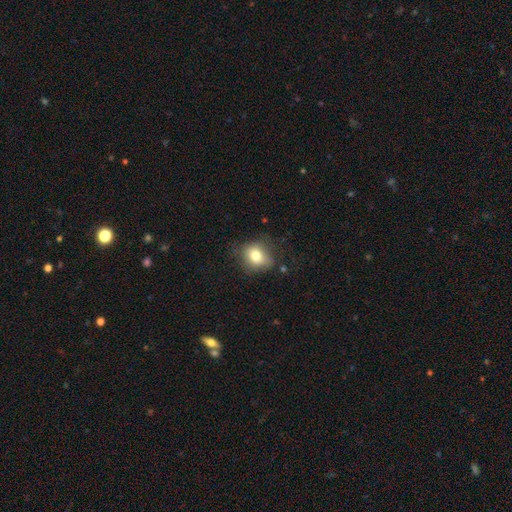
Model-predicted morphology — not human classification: Q: Smooth or featured?
A: smooth (76%); runner-up: featured or disk (13%)
Q: How rounded?
A: round (63%); runner-up: in between (36%)
Q: Merging?
A: none (73%); runner-up: minor disturbance (19%)